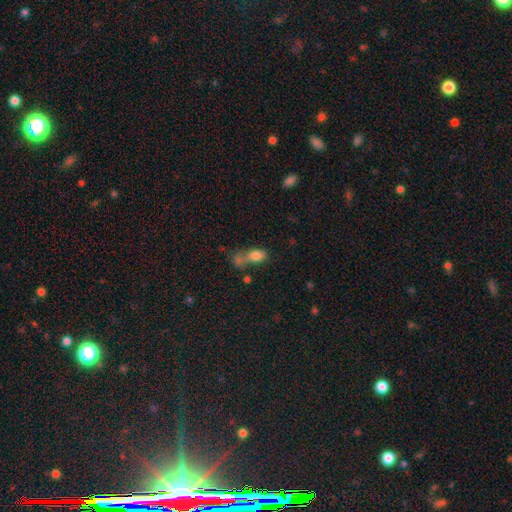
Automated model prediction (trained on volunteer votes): smooth 77%, featured or disk 12%, star or artifact 11%. Down the decision tree: how rounded — in between (79%); merging — merger (50%).